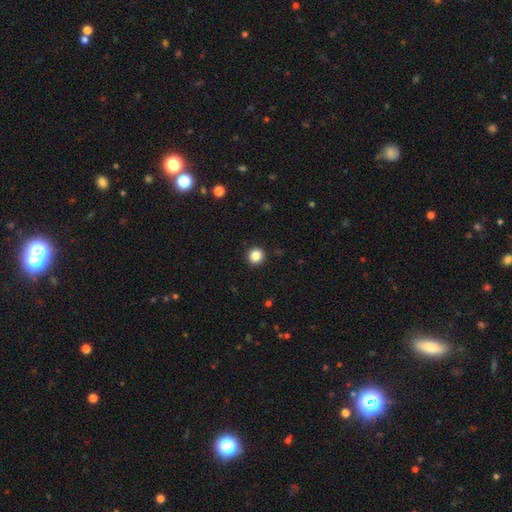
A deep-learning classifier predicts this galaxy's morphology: Smooth or featured: smooth — 85% (star or artifact — 11%)
How rounded: round — 93% (in between — 6%)
Merging: none — 93% (minor disturbance — 5%)